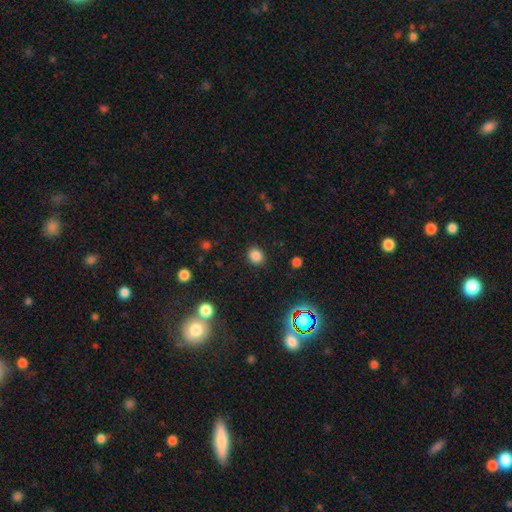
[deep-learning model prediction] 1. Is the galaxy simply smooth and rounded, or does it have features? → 82% smooth, 14% star or artifact, 4% featured or disk.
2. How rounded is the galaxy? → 67% round, 32% in between, 1% cigar-shaped.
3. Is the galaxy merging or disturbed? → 88% none, 7% minor disturbance, 3% major disturbance, 1% merger.